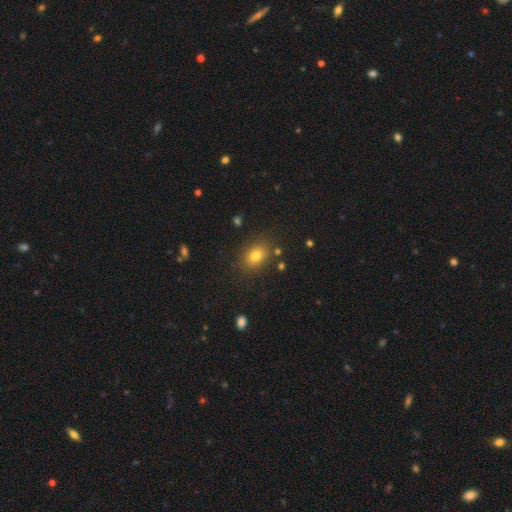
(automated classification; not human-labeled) A smooth galaxy with no disk features (77%) that is in between round and cigar-shaped (63%).

Vote fractions:
- Smooth or featured? smooth: 77% / star or artifact: 14% / featured or disk: 9%
- How rounded? in between: 63% / round: 36% / cigar-shaped: 1%
- Merging? none: 84% / minor disturbance: 10% / major disturbance: 3% / merger: 3%